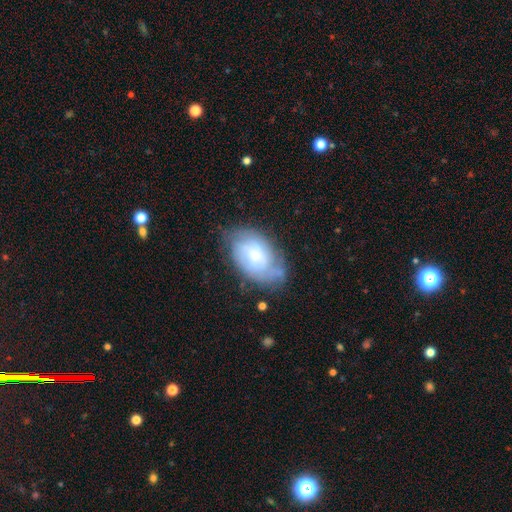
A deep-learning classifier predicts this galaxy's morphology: Smooth or featured? Predicted: featured or disk (p=0.49). Merging? Predicted: none (p=0.56).